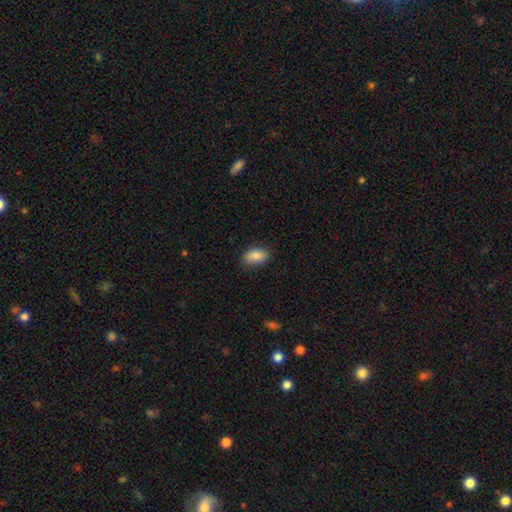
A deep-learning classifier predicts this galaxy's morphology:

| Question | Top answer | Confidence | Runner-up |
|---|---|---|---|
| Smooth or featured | smooth | 87% | star or artifact (7%) |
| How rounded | in between | 92% | round (6%) |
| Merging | none | 83% | minor disturbance (14%) |